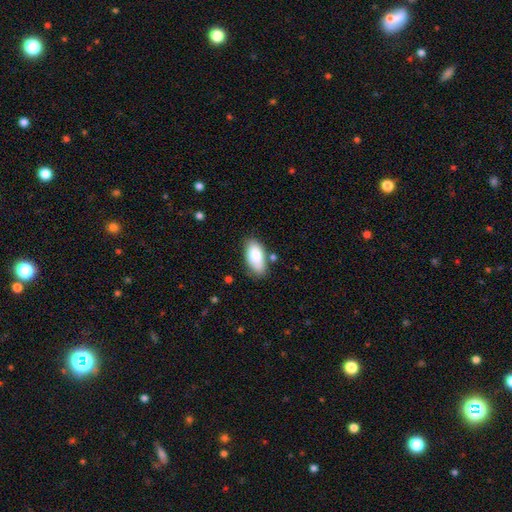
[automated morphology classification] Smooth or featured? Predicted: smooth (p=0.84). How rounded? Predicted: in between (p=0.91). Merging? Predicted: none (p=0.72).